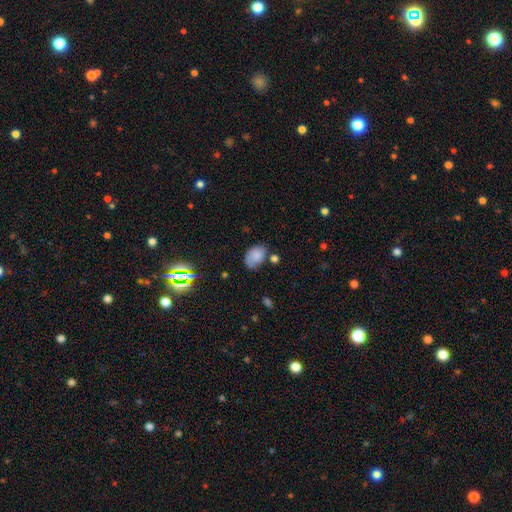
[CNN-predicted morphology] This appears to be a smooth galaxy with no disk features (72%) that is in between round and cigar-shaped (81%). Merging: none (51%).